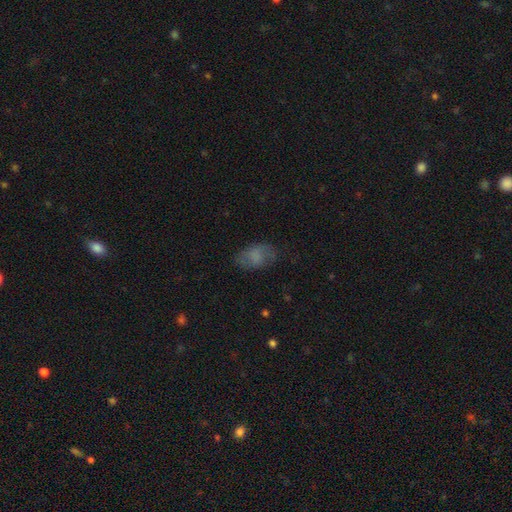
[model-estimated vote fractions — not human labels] Overall: smooth (69%). How rounded: in between (90%). Merging: none (65%).